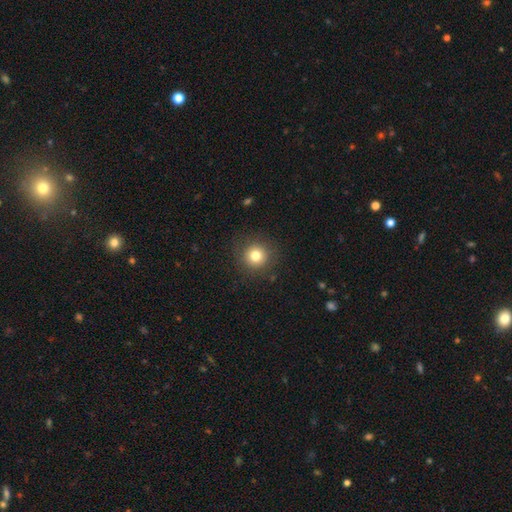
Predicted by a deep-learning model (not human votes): smooth 79%, star or artifact 12%, featured or disk 8%. Down the decision tree: how rounded — round (94%); merging — none (88%).